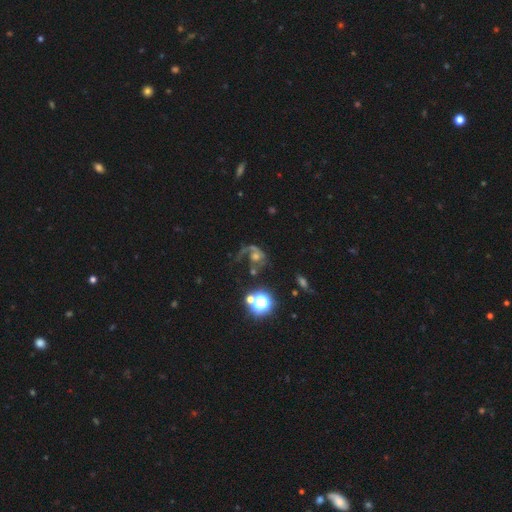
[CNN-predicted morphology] The model was most divided on "merging": major disturbance: 42%, none: 32%, minor disturbance: 15%, merger: 11%. Remaining: edge-on disk — no (97%); spiral arms — yes (80%); bar — no (76%); smooth or featured — featured or disk (60%); bulge size — moderate (46%).